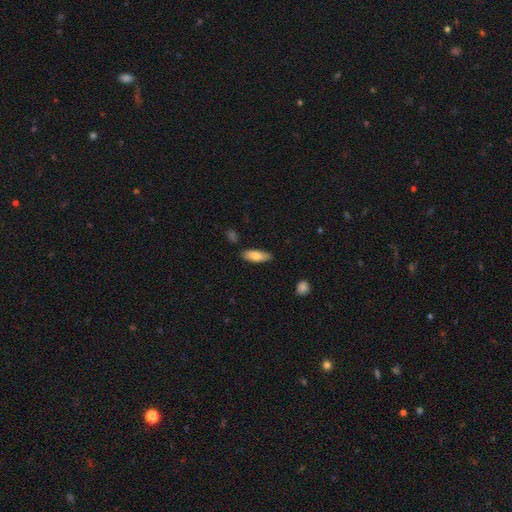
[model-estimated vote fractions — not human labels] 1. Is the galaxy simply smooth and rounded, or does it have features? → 77% smooth, 17% featured or disk, 6% star or artifact.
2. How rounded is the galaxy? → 74% in between, 24% cigar-shaped, 2% round.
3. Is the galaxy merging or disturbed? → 83% none, 13% minor disturbance, 2% major disturbance, 2% merger.